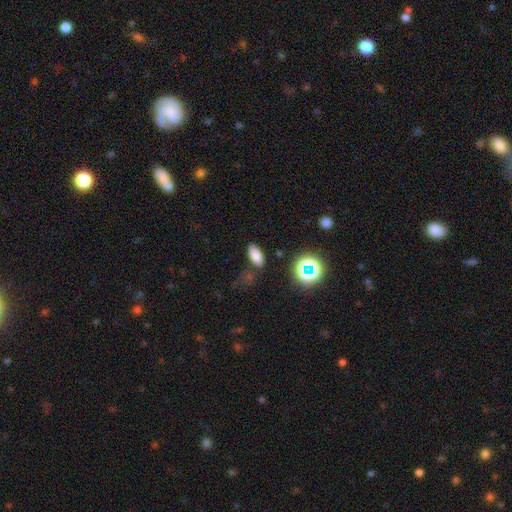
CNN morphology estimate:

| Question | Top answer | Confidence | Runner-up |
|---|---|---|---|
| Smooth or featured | smooth | 75% | star or artifact (17%) |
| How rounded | in between | 87% | cigar-shaped (7%) |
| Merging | none | 76% | minor disturbance (14%) |